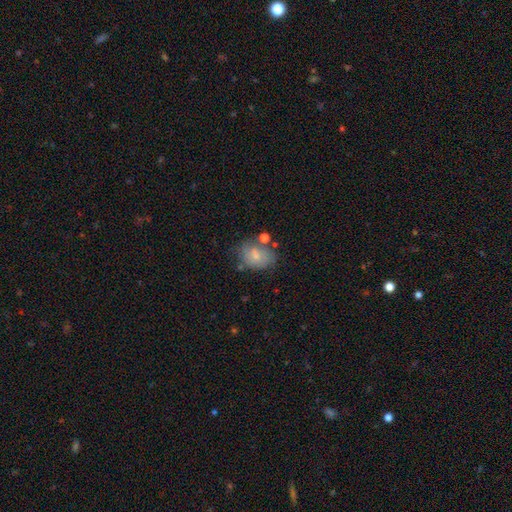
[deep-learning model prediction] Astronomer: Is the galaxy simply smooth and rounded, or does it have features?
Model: smooth — 69%.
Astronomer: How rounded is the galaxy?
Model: in between — 60% (runner-up: round, 39%).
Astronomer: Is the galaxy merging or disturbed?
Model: none — 53%.